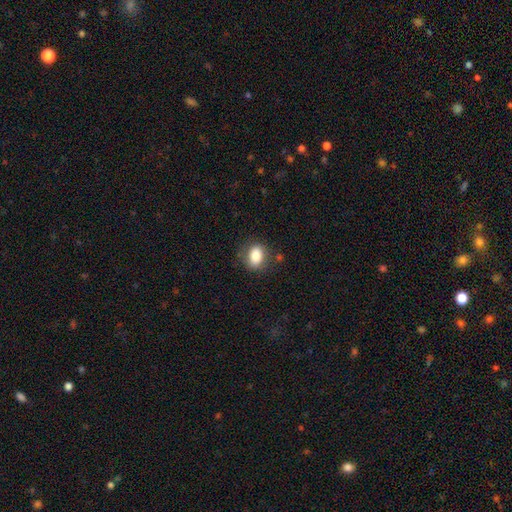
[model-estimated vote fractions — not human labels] Smooth or featured: smooth — 84% (star or artifact — 9%)
How rounded: in between — 68% (round — 30%)
Merging: none — 80% (minor disturbance — 14%)